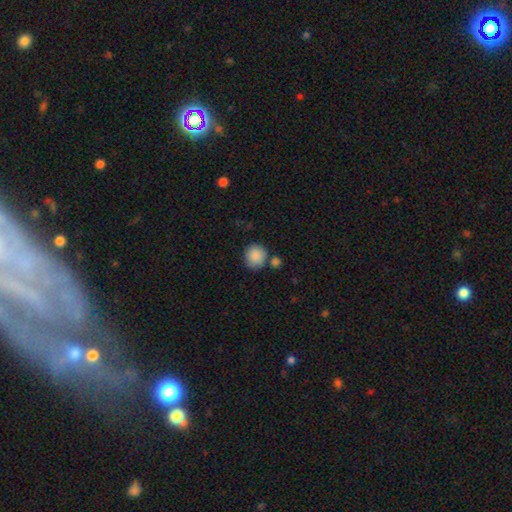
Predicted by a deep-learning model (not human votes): smooth_or_featured: smooth (p=0.88) [alt: star or artifact p=0.08]
how_rounded: round (p=0.88) [alt: in between p=0.11]
merging: none (p=0.71) [alt: merger p=0.14]